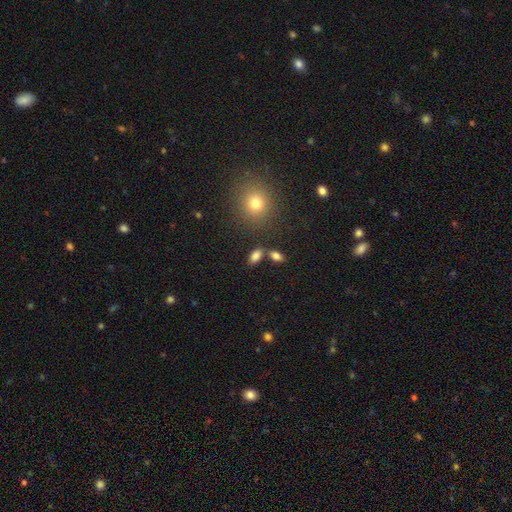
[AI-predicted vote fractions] A smooth galaxy with no disk features (83%) that is in between round and cigar-shaped (88%).

Vote fractions:
- Smooth or featured? smooth: 83% / star or artifact: 10% / featured or disk: 7%
- How rounded? in between: 88% / round: 7% / cigar-shaped: 6%
- Merging? none: 70% / merger: 15% / minor disturbance: 11% / major disturbance: 4%